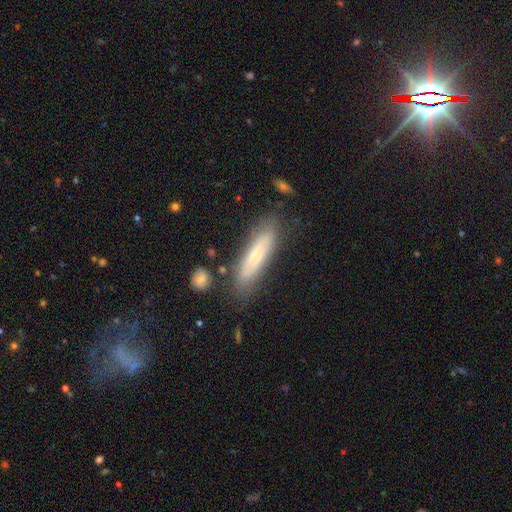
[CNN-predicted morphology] Smooth or featured?
  - smooth: 59% *
  - featured or disk: 34%
  - star or artifact: 7%
How rounded?
  - cigar-shaped: 77% *
  - in between: 22%
  - round: 2%
Merging?
  - none: 74% *
  - minor disturbance: 16%
  - major disturbance: 5%
  - merger: 4%